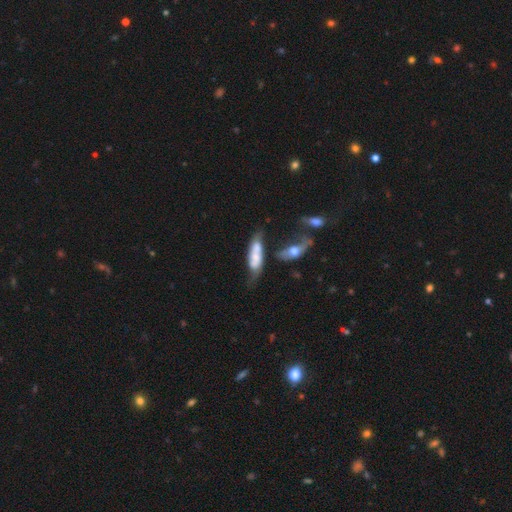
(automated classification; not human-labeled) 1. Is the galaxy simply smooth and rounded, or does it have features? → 47% smooth, 46% featured or disk, 7% star or artifact.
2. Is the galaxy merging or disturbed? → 42% merger, 26% none, 17% minor disturbance, 14% major disturbance.